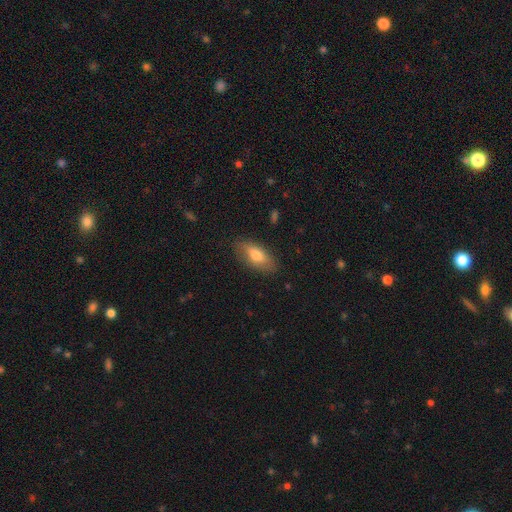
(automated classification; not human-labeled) The model was most divided on "smooth or featured": smooth: 75%, featured or disk: 19%, star or artifact: 7%. More confident: merging — none (82%); how rounded — in between (82%).